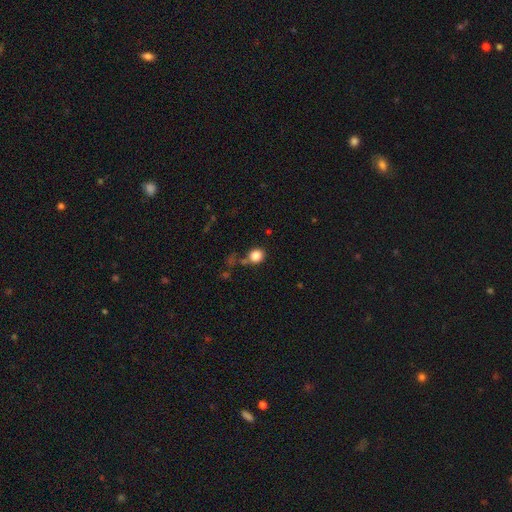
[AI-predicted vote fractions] The model was most divided on "merging": none: 65%, minor disturbance: 17%, merger: 10%, major disturbance: 8%. More confident: smooth or featured — smooth (84%); how rounded — round (81%).